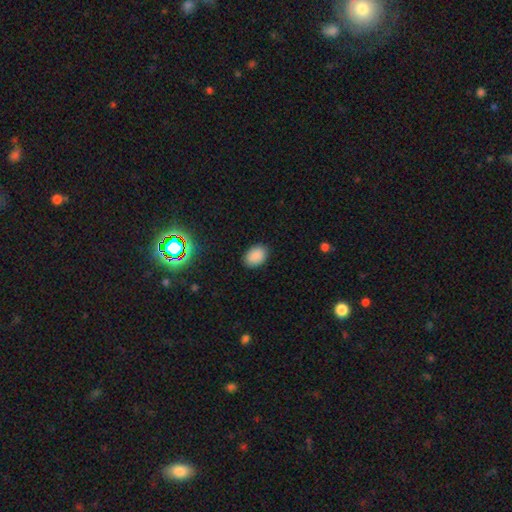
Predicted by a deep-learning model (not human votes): A smooth galaxy with no disk features (87%) that is in between round and cigar-shaped (77%). Merging: none (87%).